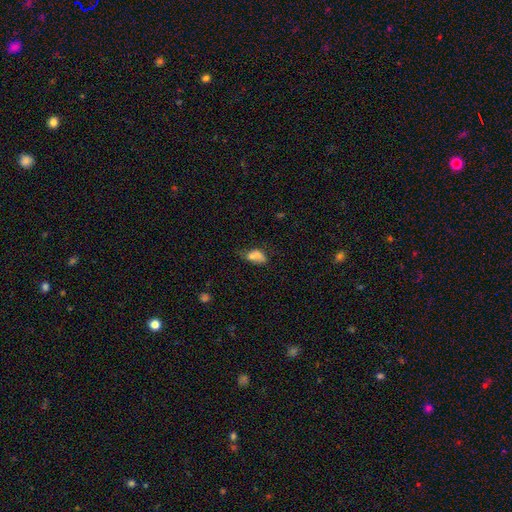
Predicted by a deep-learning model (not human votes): smooth 66%, featured or disk 23%, star or artifact 11%. Down the decision tree: how rounded — in between (75%); merging — merger (53%).